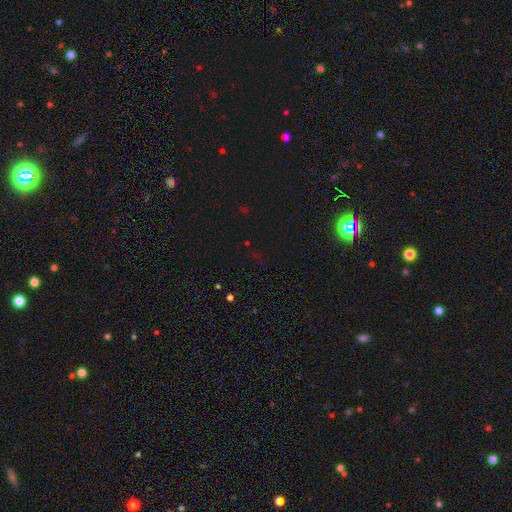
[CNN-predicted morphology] A star or artifact, not a galaxy (67%).